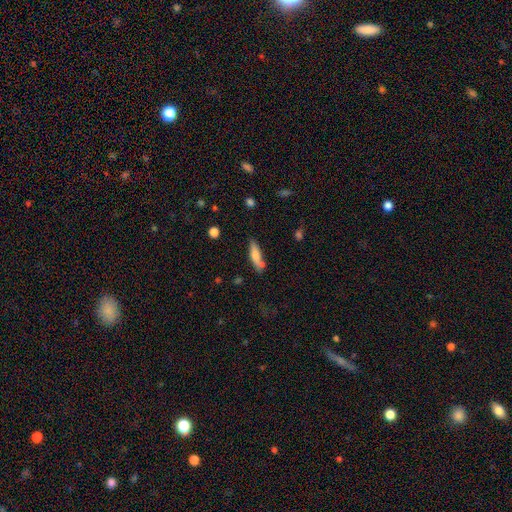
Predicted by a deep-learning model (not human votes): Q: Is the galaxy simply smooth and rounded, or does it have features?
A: smooth — 69%.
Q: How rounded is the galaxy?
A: cigar-shaped — 63%.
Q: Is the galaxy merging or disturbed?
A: none — 68%.